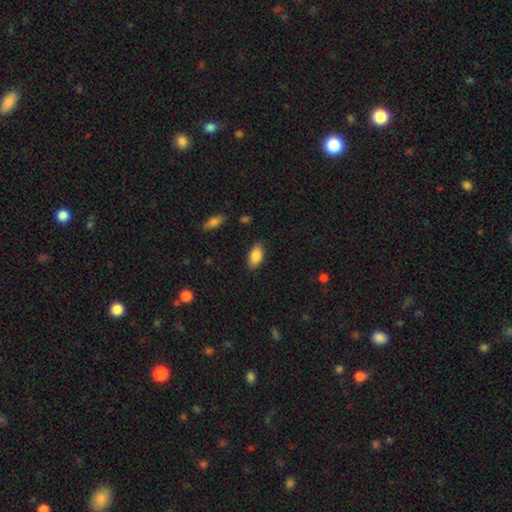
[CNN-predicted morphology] The model was most divided on "merging": none: 85%, minor disturbance: 11%, major disturbance: 2%, merger: 1%. More confident: how rounded — in between (93%); smooth or featured — smooth (85%).